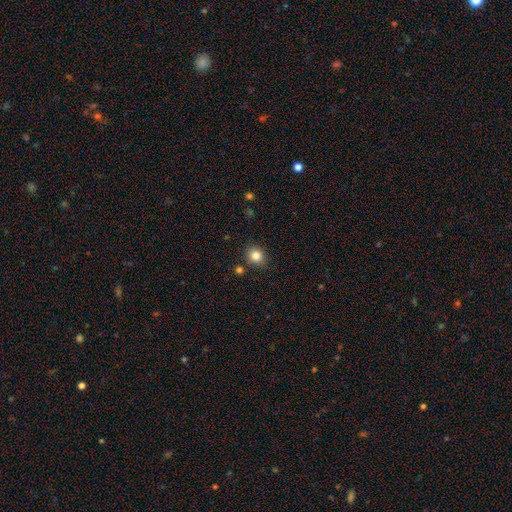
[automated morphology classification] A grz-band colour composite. It shows a smooth galaxy with no disk features (83%) that is round (78%). Merging: none (82%).